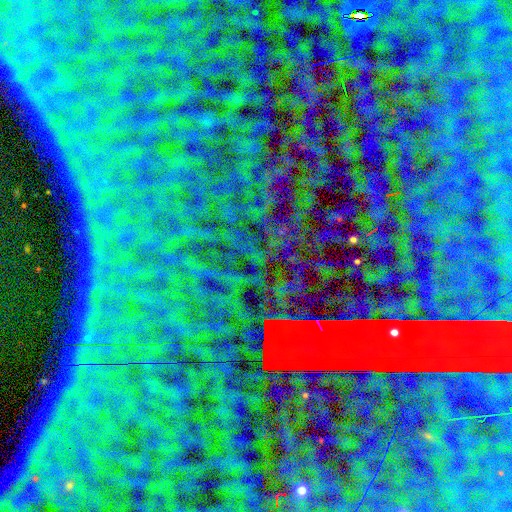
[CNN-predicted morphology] A star or artifact, not a galaxy (86%).